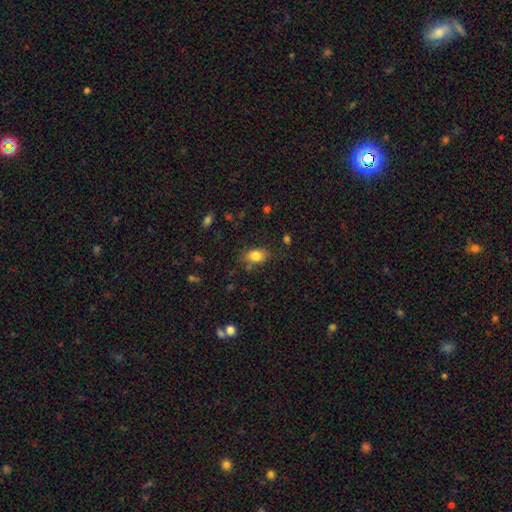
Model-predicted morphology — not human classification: Smooth or featured?
  - smooth: 83% *
  - star or artifact: 9%
  - featured or disk: 8%
How rounded?
  - in between: 77% *
  - round: 22%
  - cigar-shaped: 2%
Merging?
  - none: 77% *
  - minor disturbance: 16%
  - major disturbance: 4%
  - merger: 3%